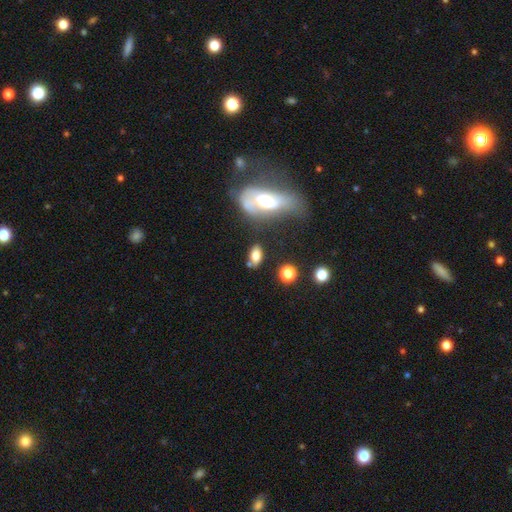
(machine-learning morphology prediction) The model was most divided on "merging": none: 67%, minor disturbance: 16%, merger: 11%, major disturbance: 6%. More confident: how rounded — in between (84%); smooth or featured — smooth (73%).